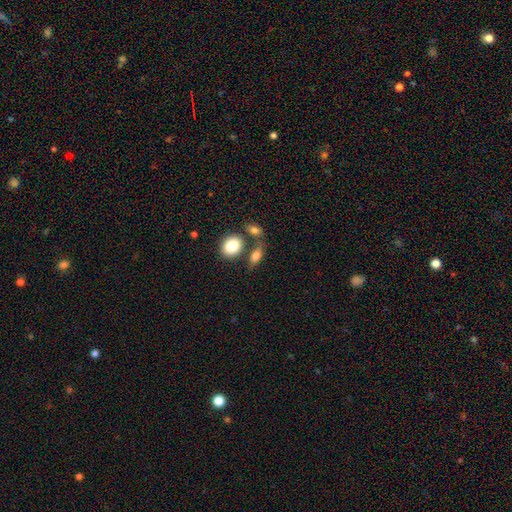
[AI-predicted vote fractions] Morphology: type=smooth (80%); roundness=in between (76%); merging=none (49%).